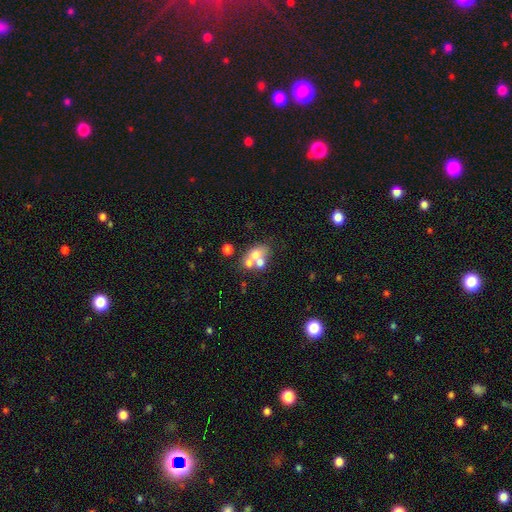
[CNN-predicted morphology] Q: Smooth or featured?
A: smooth (54%); runner-up: featured or disk (32%)
Q: How rounded?
A: in between (51%); runner-up: round (48%)
Q: Merging?
A: merger (51%); runner-up: none (33%)